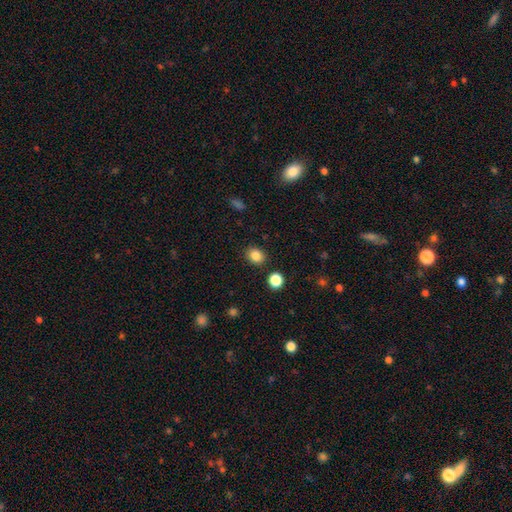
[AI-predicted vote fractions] A smooth galaxy with no disk features (85%) that is round (62%).

Vote fractions:
- Smooth or featured? smooth: 85% / star or artifact: 11% / featured or disk: 4%
- How rounded? round: 62% / in between: 38% / cigar-shaped: 1%
- Merging? none: 87% / minor disturbance: 8% / merger: 3% / major disturbance: 2%